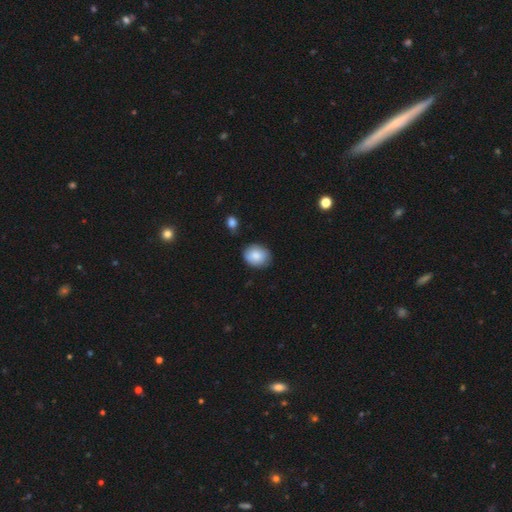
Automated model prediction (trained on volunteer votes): A smooth galaxy with no disk features (85%) that is round (53%).

Vote fractions:
- Smooth or featured? smooth: 85% / featured or disk: 8% / star or artifact: 7%
- How rounded? round: 53% / in between: 46% / cigar-shaped: 1%
- Merging? none: 79% / minor disturbance: 16% / major disturbance: 3% / merger: 2%